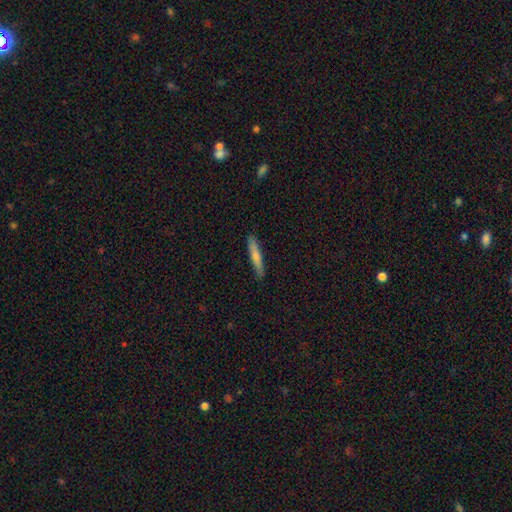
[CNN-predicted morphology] smooth-or-featured: smooth: 68% | featured or disk: 26% | star or artifact: 6%
  how-rounded: cigar-shaped: 92% | in between: 7% | round: 1%
  merging: none: 88% | minor disturbance: 9% | major disturbance: 2% | merger: 1%